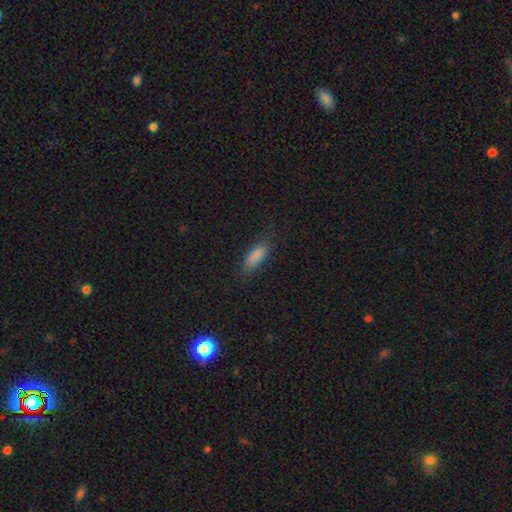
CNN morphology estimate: Overall: smooth (84%). How rounded: in between (64%; cigar-shaped 33%). Merging: none (79%).